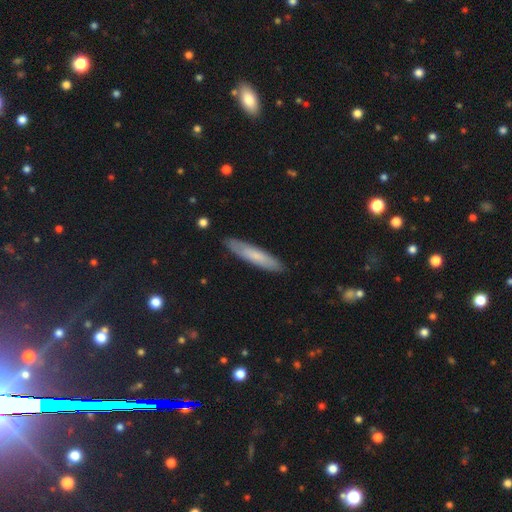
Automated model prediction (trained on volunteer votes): Overall: smooth (67%). How rounded: cigar-shaped (87%). Merging: none (88%).